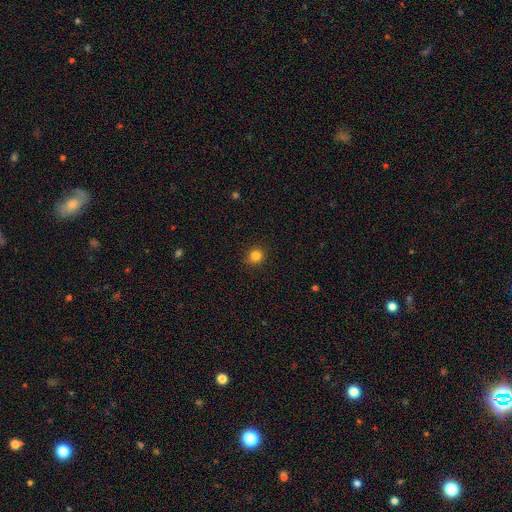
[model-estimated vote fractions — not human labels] This appears to be a smooth galaxy with no disk features (83%) that is round (92%). Merging: none (88%).